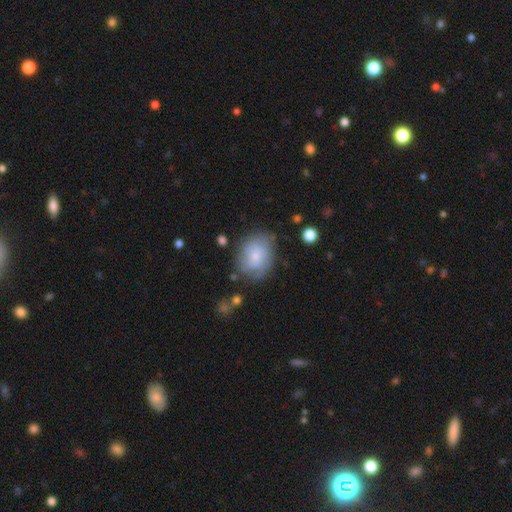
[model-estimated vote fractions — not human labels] Q: Smooth or featured?
A: smooth (64%); runner-up: featured or disk (29%)
Q: How rounded?
A: in between (60%); runner-up: round (38%)
Q: Merging?
A: none (64%); runner-up: minor disturbance (24%)